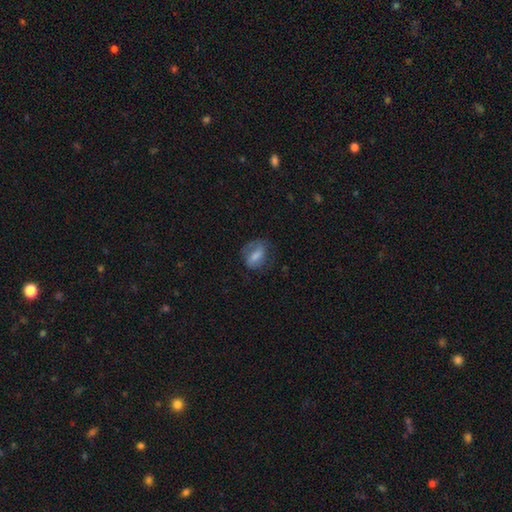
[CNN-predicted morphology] Q: Smooth or featured?
A: smooth (63%); runner-up: featured or disk (28%)
Q: How rounded?
A: in between (73%); runner-up: round (20%)
Q: Merging?
A: none (55%); runner-up: minor disturbance (25%)